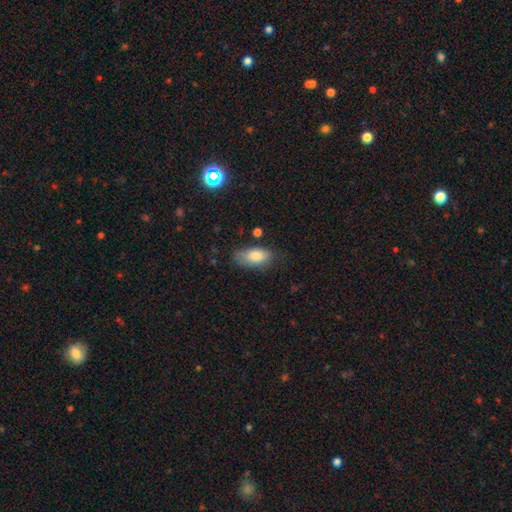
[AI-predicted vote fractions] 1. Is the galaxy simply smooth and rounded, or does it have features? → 82% smooth, 11% featured or disk, 8% star or artifact.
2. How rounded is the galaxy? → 92% in between, 4% round, 4% cigar-shaped.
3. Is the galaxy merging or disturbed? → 66% none, 25% minor disturbance, 7% major disturbance, 3% merger.